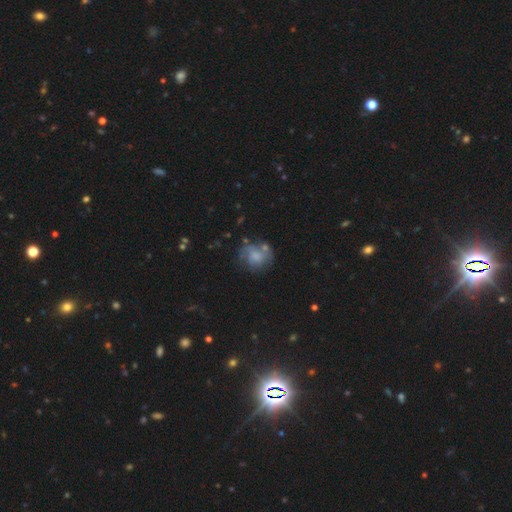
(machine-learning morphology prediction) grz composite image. It shows a smooth galaxy with no disk features (46%). Merging: none (52%).